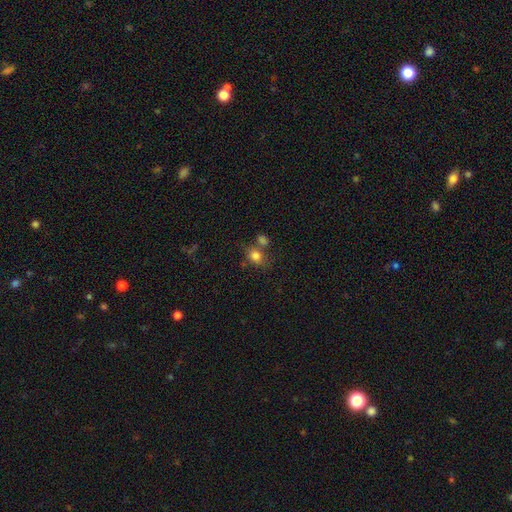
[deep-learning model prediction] smooth 80%, star or artifact 12%, featured or disk 8%. Down the decision tree: how rounded — round (55%); merging — none (57%).